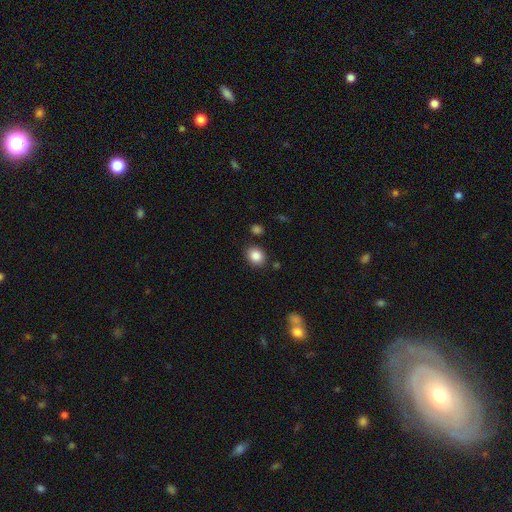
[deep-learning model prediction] A smooth galaxy with no disk features (86%) that is round (57%). Merging: none (85%).